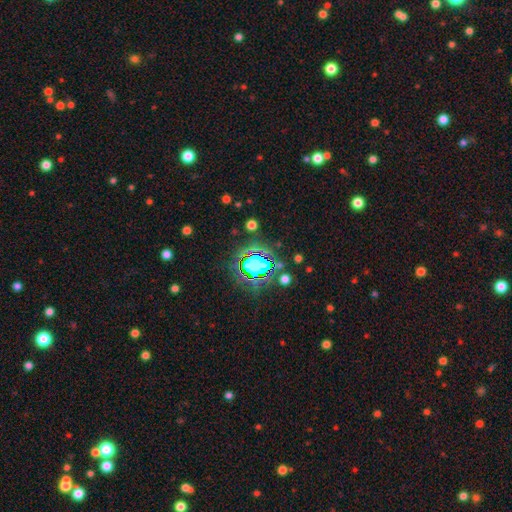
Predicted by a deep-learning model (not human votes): Overall: star or artifact (79%).